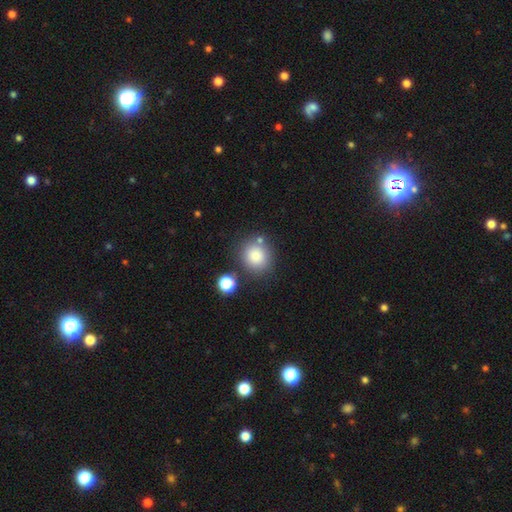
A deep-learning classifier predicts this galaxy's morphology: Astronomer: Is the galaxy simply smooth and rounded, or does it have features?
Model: smooth — 83%.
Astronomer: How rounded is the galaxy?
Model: round — 86%.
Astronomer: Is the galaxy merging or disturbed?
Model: none — 75%.